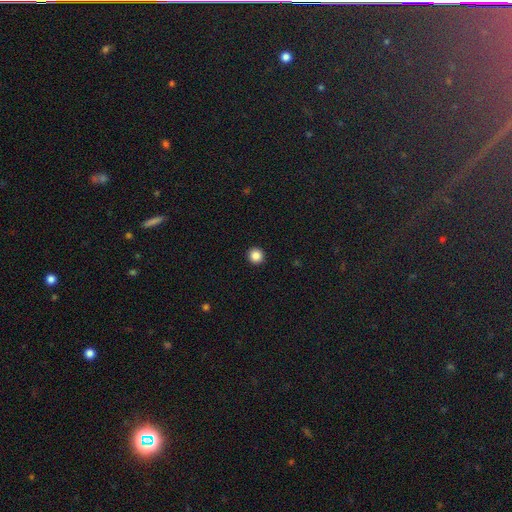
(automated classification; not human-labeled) Smooth or featured? Predicted: smooth (p=0.86). How rounded? Predicted: round (p=0.96). Merging? Predicted: none (p=0.94).